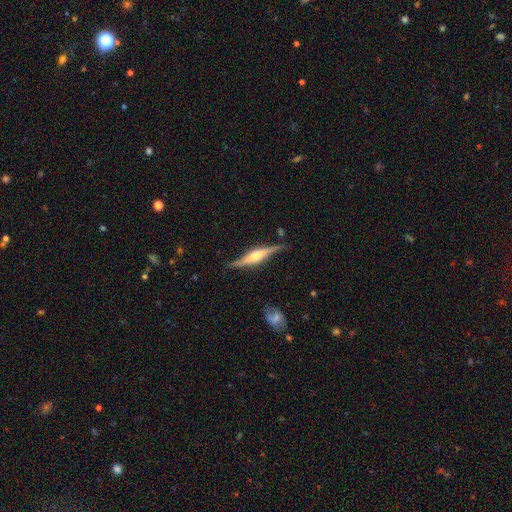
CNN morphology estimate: smooth_or_featured: featured or disk (p=0.75) [alt: smooth p=0.19]
disk_edge_on: yes (p=0.95) [alt: no p=0.05]
edge_on_bulge: rounded (p=0.80) [alt: boxy p=0.15]
merging: none (p=0.79) [alt: minor disturbance p=0.15]